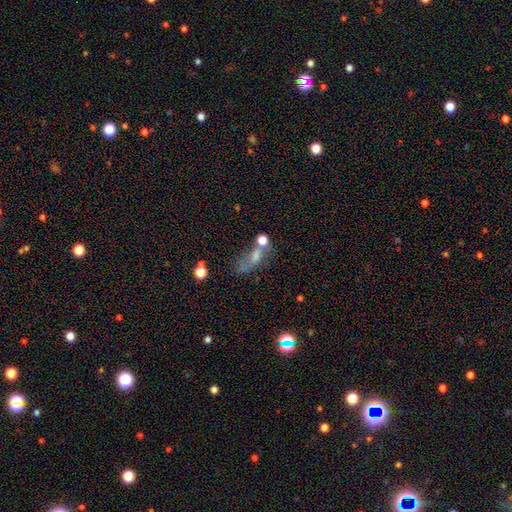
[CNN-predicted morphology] Smooth or featured? smooth (44%)
Merging? none (33%)